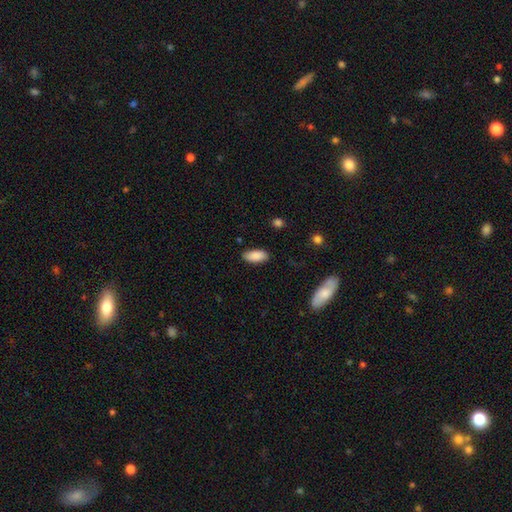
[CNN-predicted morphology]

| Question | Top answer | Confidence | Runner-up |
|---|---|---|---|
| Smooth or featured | smooth | 88% | star or artifact (6%) |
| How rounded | in between | 90% | cigar-shaped (8%) |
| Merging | none | 85% | minor disturbance (11%) |